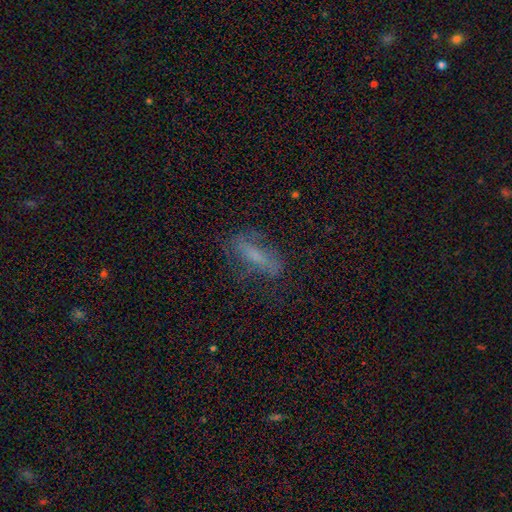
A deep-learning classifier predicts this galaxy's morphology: smooth 46%, featured or disk 40%, star or artifact 14%. Down the decision tree: merging — none (62%).